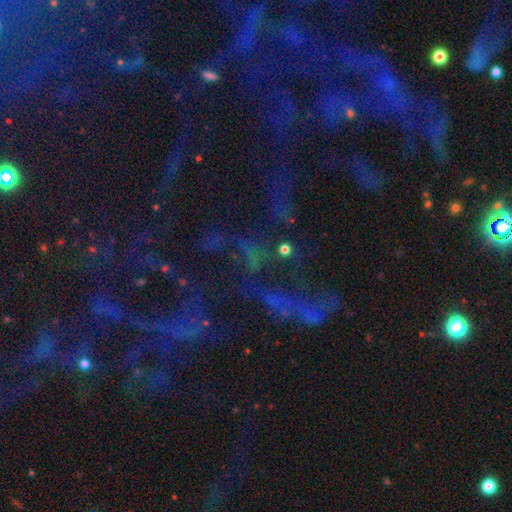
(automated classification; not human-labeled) The model was most divided on "smooth or featured": star or artifact: 68%, featured or disk: 16%, smooth: 15%.